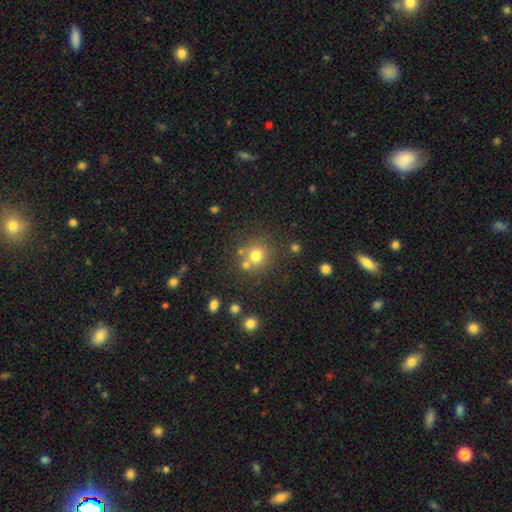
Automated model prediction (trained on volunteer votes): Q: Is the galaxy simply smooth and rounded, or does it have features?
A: smooth — 72%.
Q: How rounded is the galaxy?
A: round — 89%.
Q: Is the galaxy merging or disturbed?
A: none — 68%.